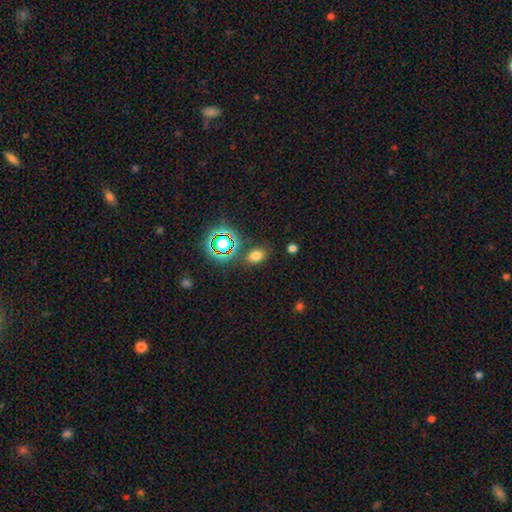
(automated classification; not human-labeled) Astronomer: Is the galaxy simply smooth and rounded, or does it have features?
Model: smooth — 69%.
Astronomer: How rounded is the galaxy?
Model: in between — 79%.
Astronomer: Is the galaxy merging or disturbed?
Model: none — 82%.